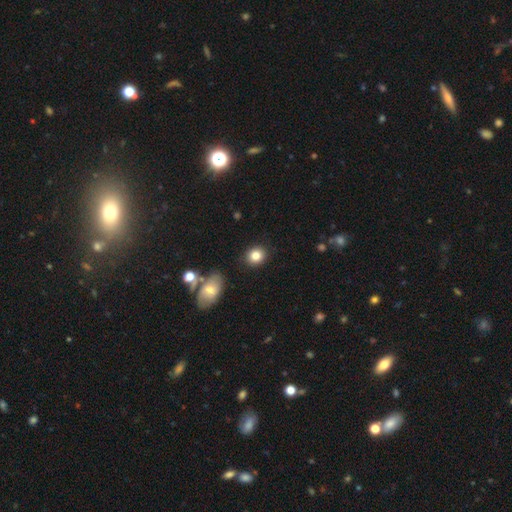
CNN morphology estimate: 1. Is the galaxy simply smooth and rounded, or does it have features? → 83% smooth, 10% star or artifact, 7% featured or disk.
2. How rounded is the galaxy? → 72% round, 27% in between, 1% cigar-shaped.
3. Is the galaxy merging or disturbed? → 87% none, 8% minor disturbance, 2% merger, 2% major disturbance.